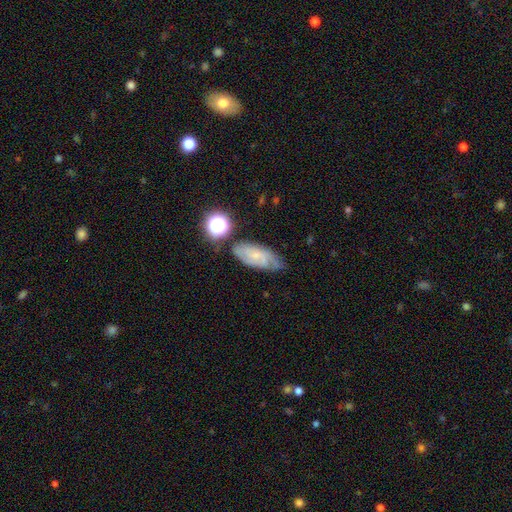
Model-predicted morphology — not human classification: featured or disk 57%, smooth 30%, star or artifact 13%. Down the decision tree: edge-on disk — no (91%); bar — no (65%); spiral arms — yes (87%); bulge size — small (71%); merging — none (62%).